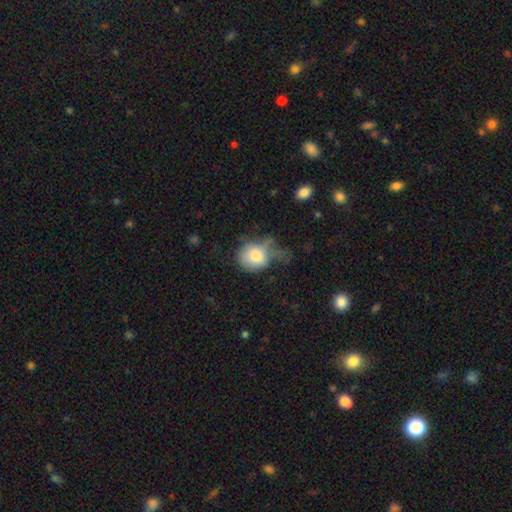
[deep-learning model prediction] Smooth or featured? Predicted: smooth (p=0.76). How rounded? Predicted: round (p=0.63). Merging? Predicted: major disturbance (p=0.38).